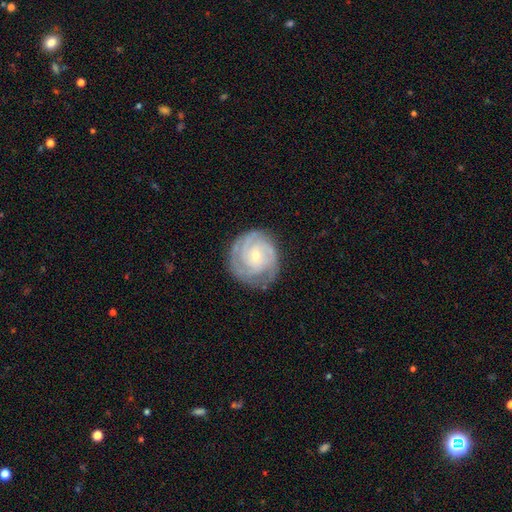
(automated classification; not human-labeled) Q: Smooth or featured?
A: featured or disk (82%); runner-up: smooth (12%)
Q: Edge-on disk?
A: no (98%); runner-up: yes (2%)
Q: Bar?
A: no (66%); runner-up: weak (29%)
Q: Spiral arms?
A: yes (96%); runner-up: no (4%)
Q: Spiral winding?
A: tight (72%); runner-up: medium (24%)
Q: Spiral arm count?
A: 3 (33%); runner-up: can't tell (24%)
Q: Bulge size?
A: small (69%); runner-up: moderate (27%)
Q: Merging?
A: none (79%); runner-up: minor disturbance (15%)